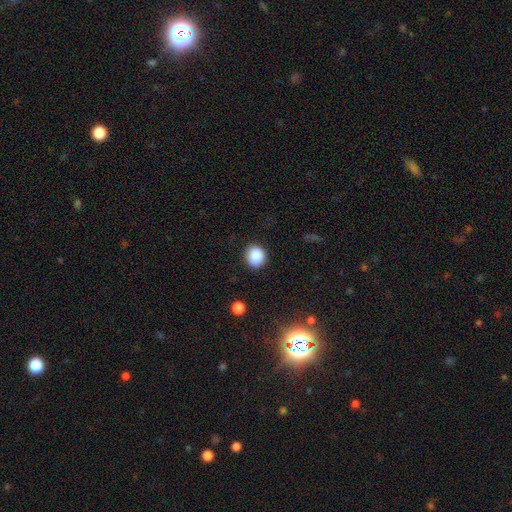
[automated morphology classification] This appears to be a smooth galaxy with no disk features (87%) that is round (83%). Merging: none (89%).